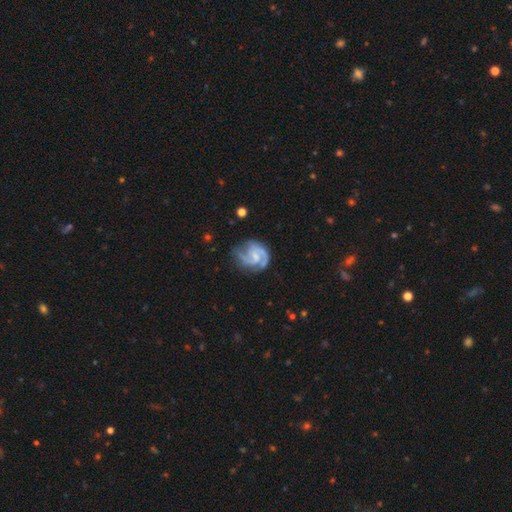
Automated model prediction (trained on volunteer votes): Smooth or featured: featured or disk — 88% (smooth — 7%)
Edge-on disk: no — 98% (yes — 2%)
Bar: no — 48% (weak — 44%)
Spiral arms: yes — 98% (no — 2%)
Spiral winding: medium — 51% (tight — 37%)
Spiral arm count: 2 — 65% (3 — 21%)
Bulge size: small — 51% (moderate — 29%)
Merging: none — 65% (minor disturbance — 22%)